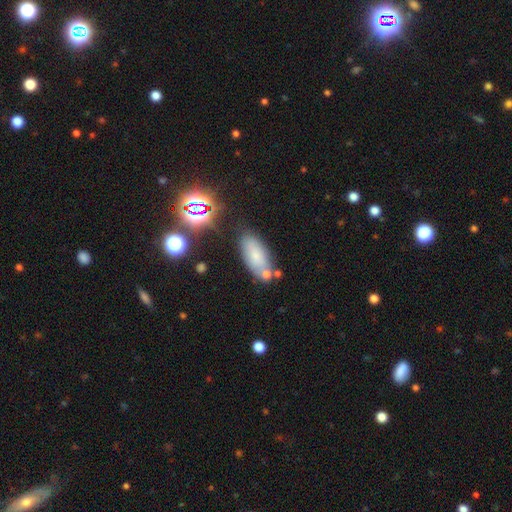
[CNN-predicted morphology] This is likely a smooth galaxy (69%). How rounded: clearly in between (83%). Merging: likely none (67%).